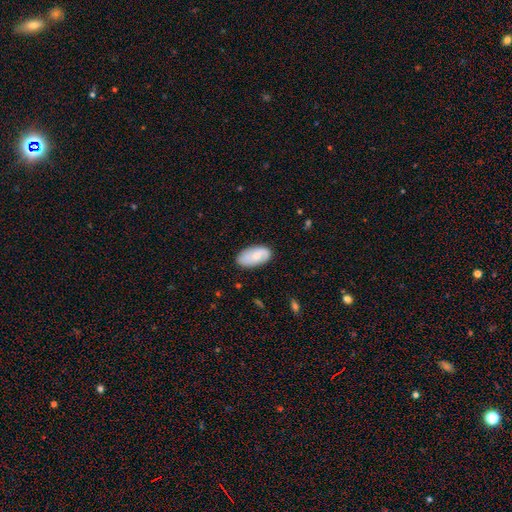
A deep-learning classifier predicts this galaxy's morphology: Smooth or featured? Predicted: smooth (p=0.66). How rounded? Predicted: in between (p=0.94). Merging? Predicted: none (p=0.81).